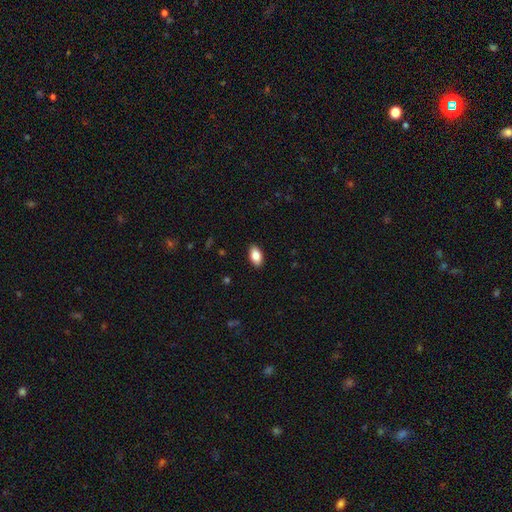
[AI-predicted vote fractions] The model was most divided on "smooth or featured": smooth: 84%, featured or disk: 9%, star or artifact: 7%. More confident: how rounded — in between (92%); merging — none (89%).